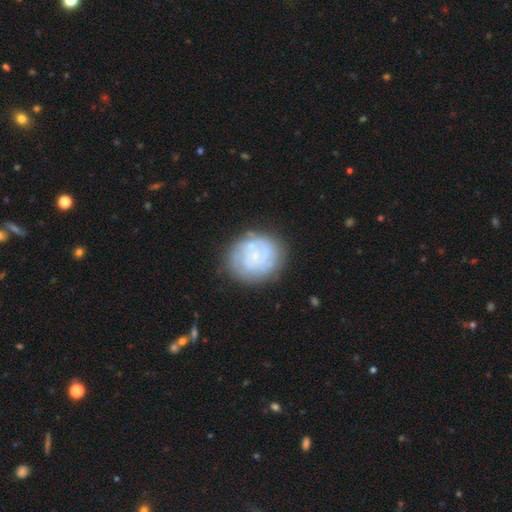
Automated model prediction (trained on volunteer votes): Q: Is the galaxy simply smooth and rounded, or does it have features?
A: featured or disk — 66%.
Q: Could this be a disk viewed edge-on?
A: no — 98%.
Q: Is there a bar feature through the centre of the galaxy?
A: no — 76%.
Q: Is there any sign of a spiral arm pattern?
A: yes — 78%.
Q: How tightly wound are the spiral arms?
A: tight — 68%.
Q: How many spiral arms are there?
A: can't tell — 47%.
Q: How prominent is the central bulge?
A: small — 70%.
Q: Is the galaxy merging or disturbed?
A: none — 73%.